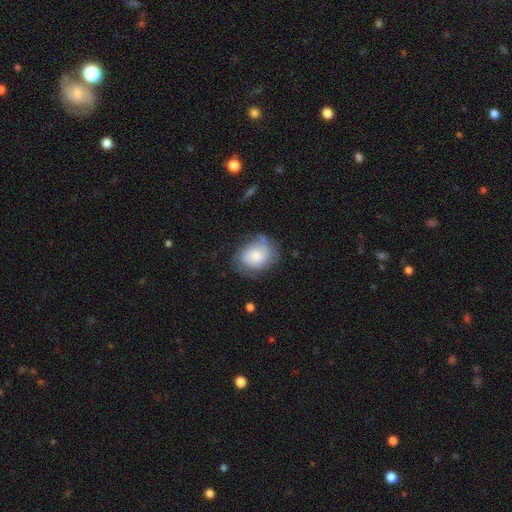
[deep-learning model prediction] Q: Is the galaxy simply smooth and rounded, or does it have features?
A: smooth — 54%.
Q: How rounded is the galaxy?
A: in between — 50%.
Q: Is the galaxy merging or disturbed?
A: none — 47%.